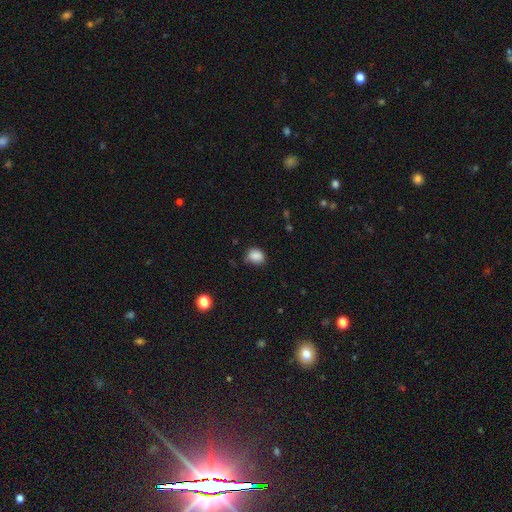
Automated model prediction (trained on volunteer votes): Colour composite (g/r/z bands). It shows a smooth galaxy with no disk features (86%) that is in between round and cigar-shaped (52%). Merging: none (67%).